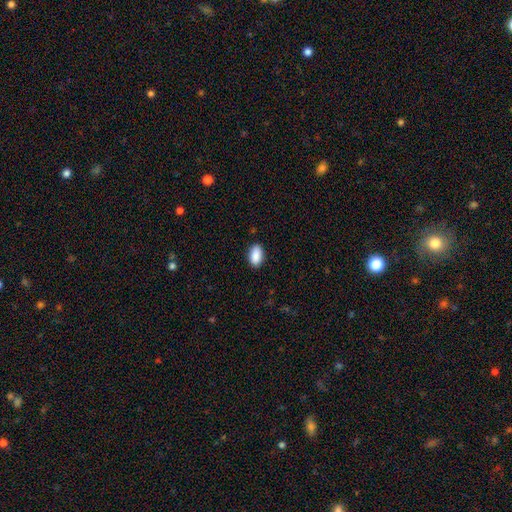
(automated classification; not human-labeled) This is clearly a smooth galaxy (90%). How rounded: clearly in between (94%). Merging: clearly none (88%).